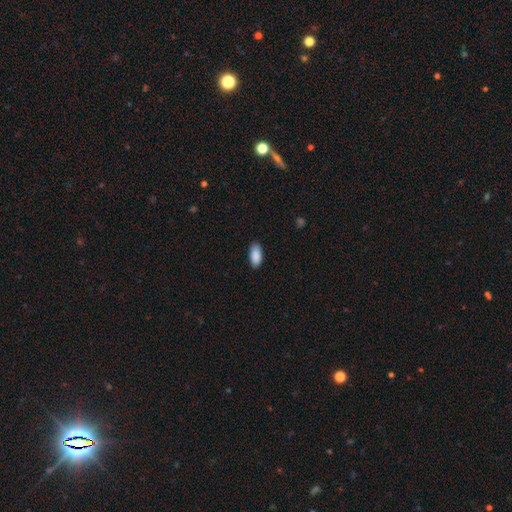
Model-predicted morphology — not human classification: This appears to be a smooth galaxy with no disk features (90%) that is in between round and cigar-shaped (91%). Merging: none (87%).